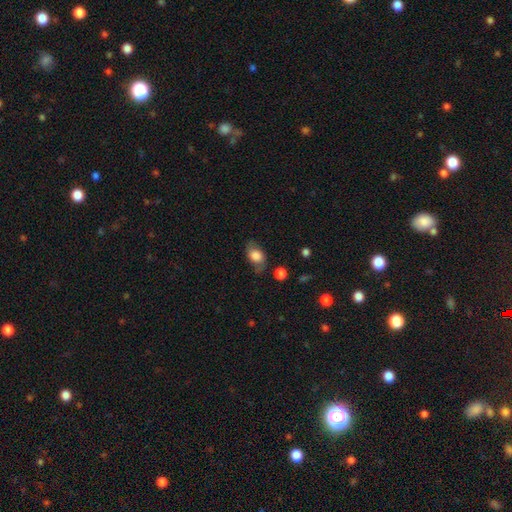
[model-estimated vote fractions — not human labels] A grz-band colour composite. It shows a smooth galaxy with no disk features (69%) that is in between round and cigar-shaped (78%). Merging: none (66%).